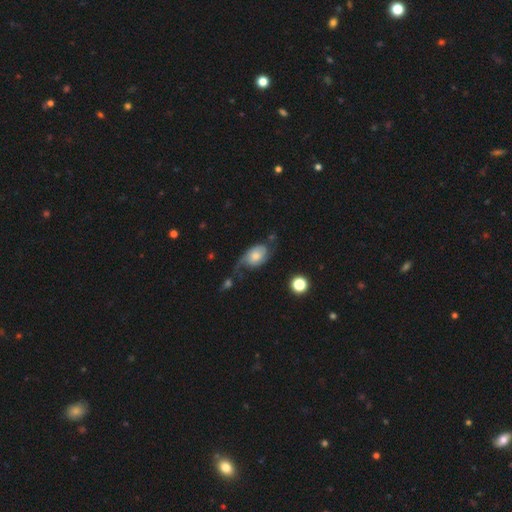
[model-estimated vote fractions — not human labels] Smooth or featured? featured or disk (55%)
Edge-on disk? no (96%)
Bar? no (77%)
Spiral arms? yes (82%)
Bulge size? moderate (50%)
Merging? major disturbance (35%)